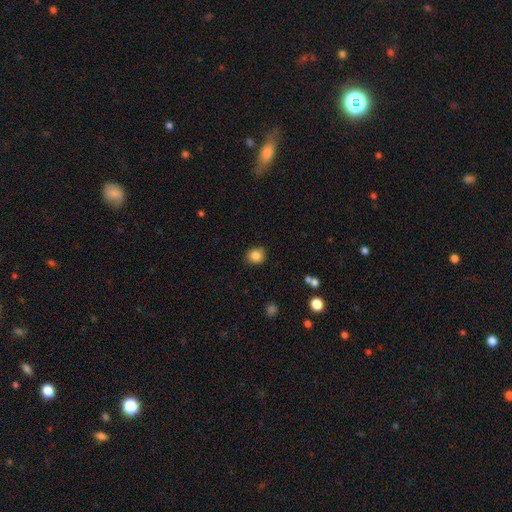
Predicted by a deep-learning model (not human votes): smooth_or_featured: smooth (p=0.84) [alt: star or artifact p=0.10]
how_rounded: round (p=0.76) [alt: in between p=0.24]
merging: none (p=0.85) [alt: minor disturbance p=0.12]